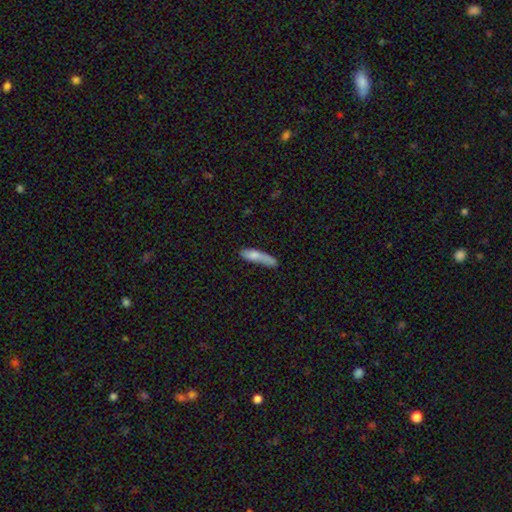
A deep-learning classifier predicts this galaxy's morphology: This appears to be a smooth galaxy with no disk features (73%) that is cigar-shaped (73%). Merging: none (45%).